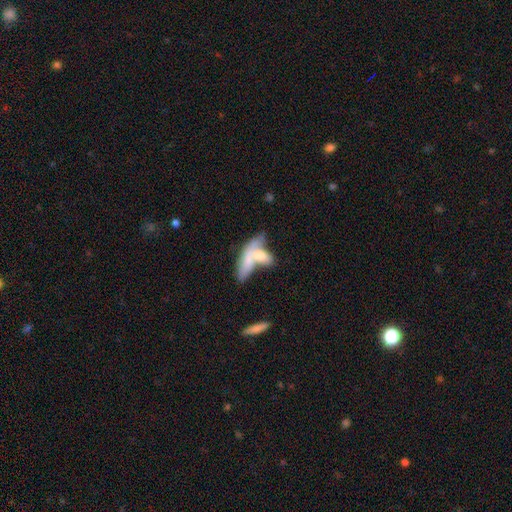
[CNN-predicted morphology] type=smooth (66%); roundness=in between (70%); merging=merger (61%).